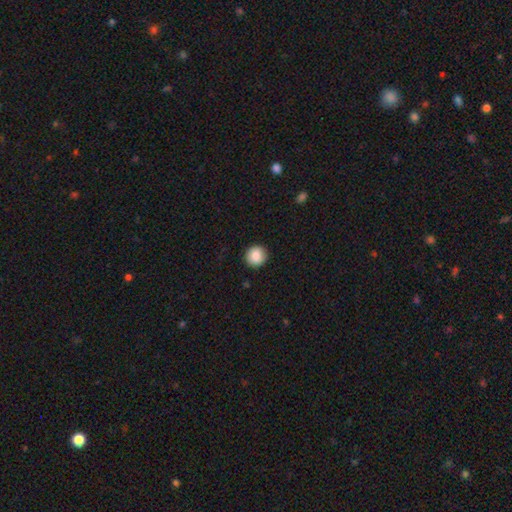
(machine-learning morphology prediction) Smooth or featured? Predicted: smooth (p=0.87). How rounded? Predicted: round (p=0.93). Merging? Predicted: none (p=0.92).